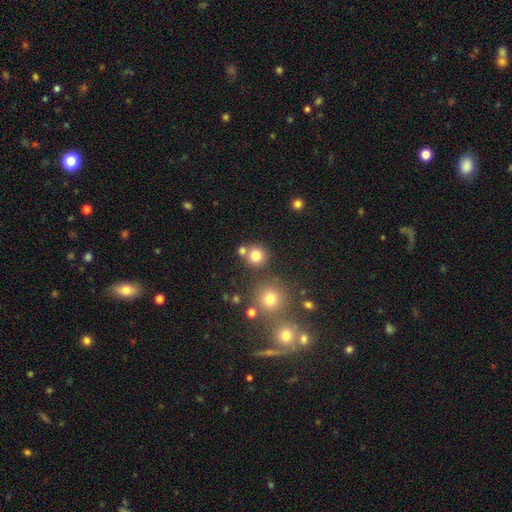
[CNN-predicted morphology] smooth 78%, star or artifact 14%, featured or disk 7%. Down the decision tree: how rounded — round (92%); merging — none (74%).